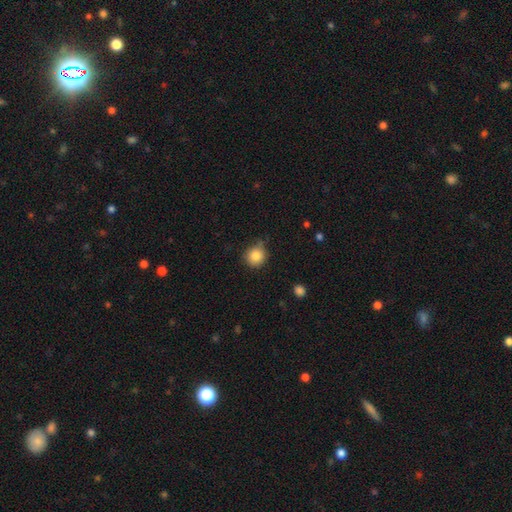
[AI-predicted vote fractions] Overall: smooth (84%). How rounded: round (90%). Merging: none (71%).